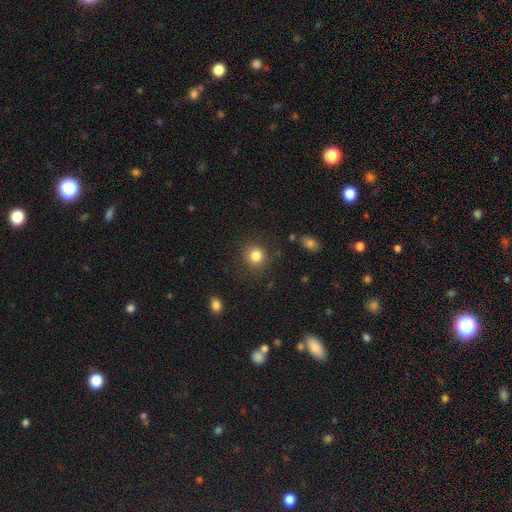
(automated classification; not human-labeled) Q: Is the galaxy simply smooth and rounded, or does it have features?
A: smooth — 83%.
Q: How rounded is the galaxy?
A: round — 88%.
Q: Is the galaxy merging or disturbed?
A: none — 86%.